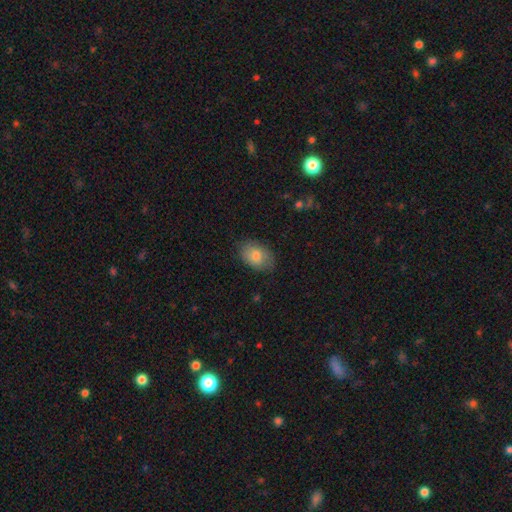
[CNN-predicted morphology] smooth_or_featured: smooth (p=0.80) [alt: featured or disk p=0.13]
how_rounded: in between (p=0.86) [alt: round p=0.13]
merging: none (p=0.80) [alt: minor disturbance p=0.16]